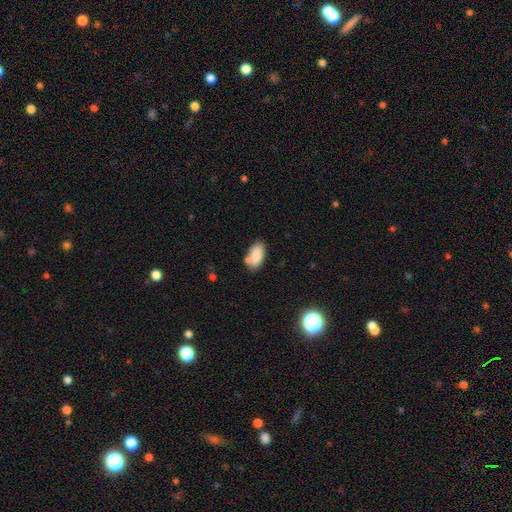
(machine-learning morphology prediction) smooth-or-featured: smooth: 84% | featured or disk: 8% | star or artifact: 8%
  how-rounded: in between: 93% | round: 4% | cigar-shaped: 3%
  merging: none: 66% | minor disturbance: 18% | merger: 12% | major disturbance: 4%